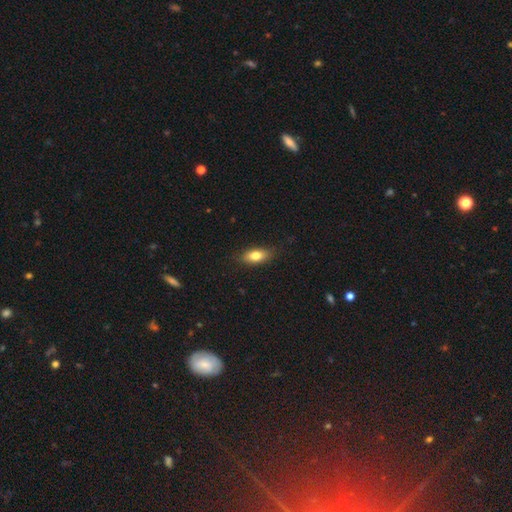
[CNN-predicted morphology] Smooth or featured?
  - smooth: 78% *
  - featured or disk: 14%
  - star or artifact: 8%
How rounded?
  - in between: 84% *
  - cigar-shaped: 11%
  - round: 5%
Merging?
  - none: 82% *
  - minor disturbance: 14%
  - major disturbance: 3%
  - merger: 1%